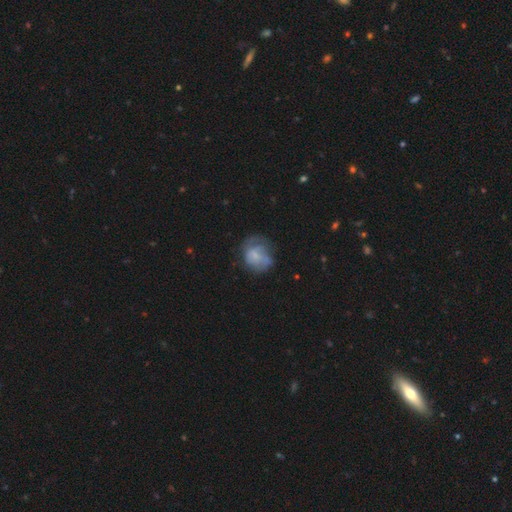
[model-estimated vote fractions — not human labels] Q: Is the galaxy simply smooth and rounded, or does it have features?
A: smooth — 46%.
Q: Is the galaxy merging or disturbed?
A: none — 43%.